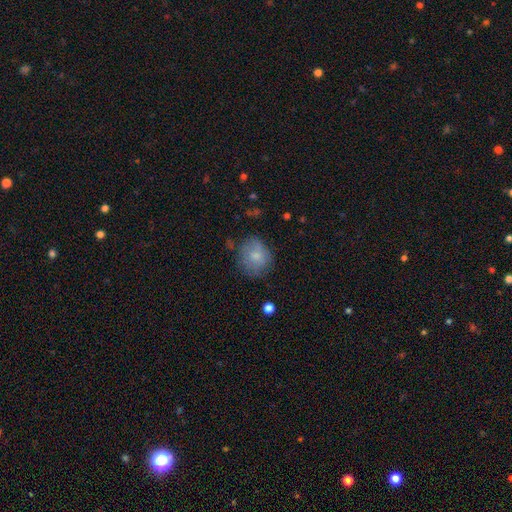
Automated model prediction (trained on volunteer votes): Smooth or featured?
  - smooth: 72% *
  - featured or disk: 20%
  - star or artifact: 9%
How rounded?
  - round: 74% *
  - in between: 25%
  - cigar-shaped: 1%
Merging?
  - none: 64% *
  - minor disturbance: 24%
  - major disturbance: 10%
  - merger: 3%